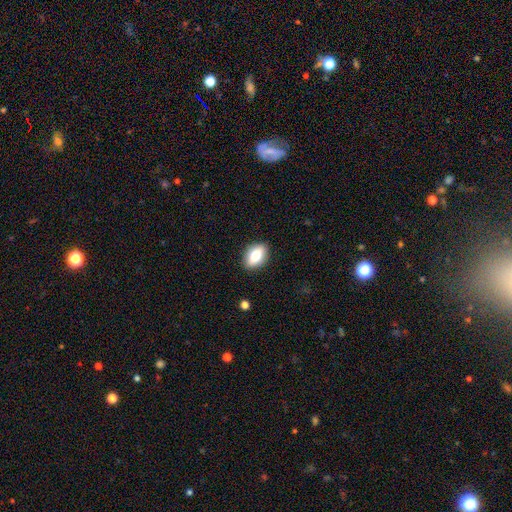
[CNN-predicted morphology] This appears to be a smooth galaxy with no disk features (74%) that is in between round and cigar-shaped (85%). Merging: none (88%).